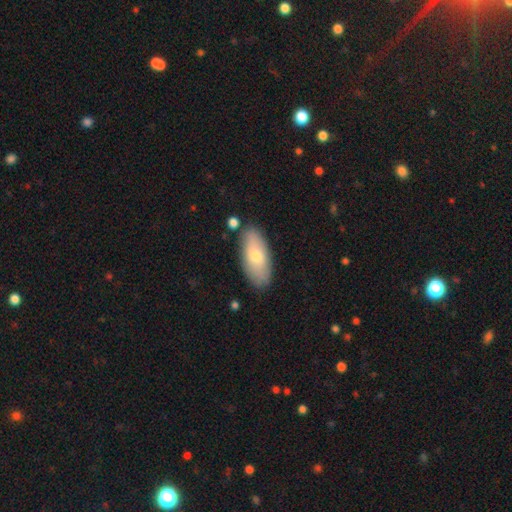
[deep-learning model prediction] smooth_or_featured: smooth (p=0.69) [alt: featured or disk p=0.25]
how_rounded: in between (p=0.87) [alt: cigar-shaped p=0.11]
merging: none (p=0.83) [alt: minor disturbance p=0.12]